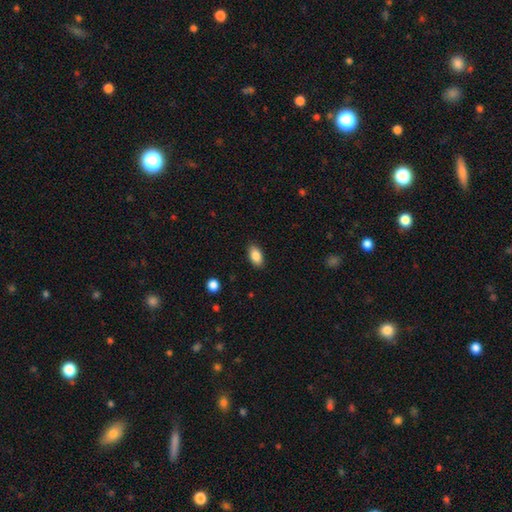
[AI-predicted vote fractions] smooth 87%, star or artifact 7%, featured or disk 5%. Down the decision tree: how rounded — in between (92%); merging — none (88%).